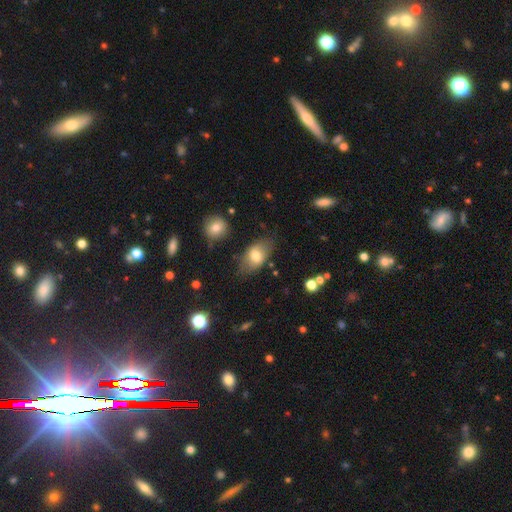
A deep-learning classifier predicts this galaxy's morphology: type=smooth (72%); roundness=in between (88%); merging=none (69%).